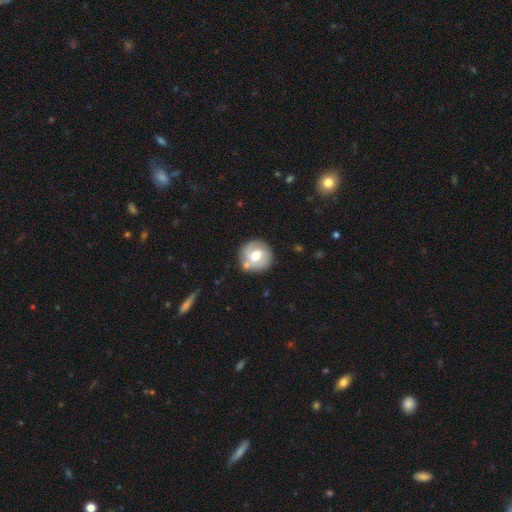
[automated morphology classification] Smooth or featured? Predicted: smooth (p=0.52). How rounded? Predicted: round (p=0.90). Merging? Predicted: none (p=0.74).